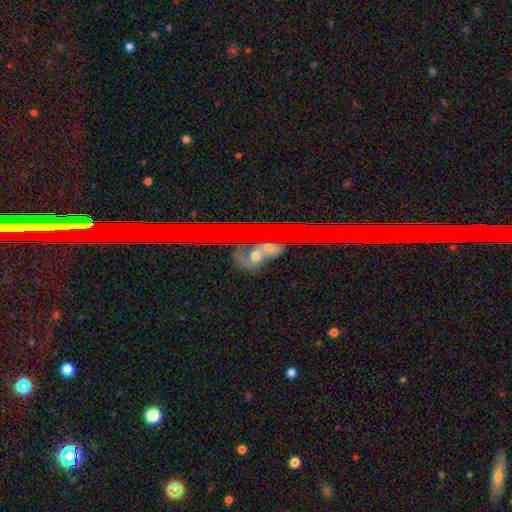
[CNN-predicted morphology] Smooth or featured?
  - star or artifact: 71% *
  - featured or disk: 18%
  - smooth: 11%